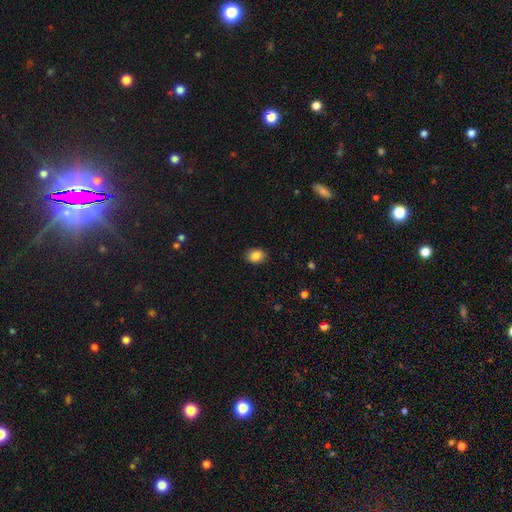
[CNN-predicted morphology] smooth 86%, star or artifact 9%, featured or disk 5%. Down the decision tree: how rounded — in between (56%); merging — none (87%).